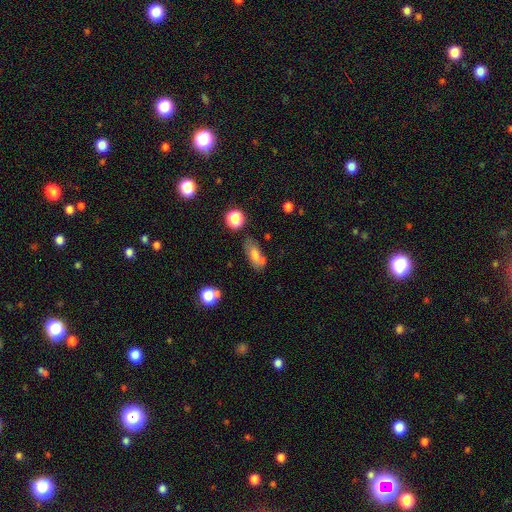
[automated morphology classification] Smooth or featured? smooth (68%)
How rounded? in between (80%)
Merging? none (58%)